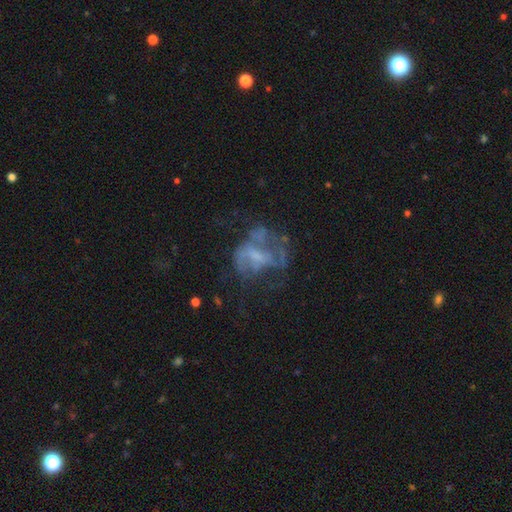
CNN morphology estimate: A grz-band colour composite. It shows a featured or disk galaxy (63%) with no bar (59%), no spiral arms (66%) and no central bulge (42%). Merging: major disturbance (39%).